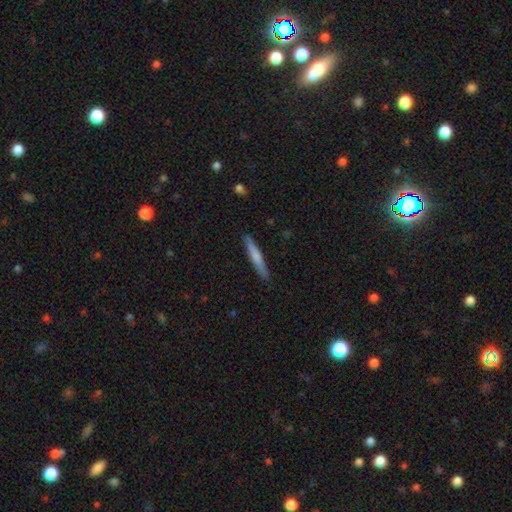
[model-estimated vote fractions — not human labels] smooth 62%, featured or disk 32%, star or artifact 5%. Down the decision tree: how rounded — cigar-shaped (95%); merging — none (89%).